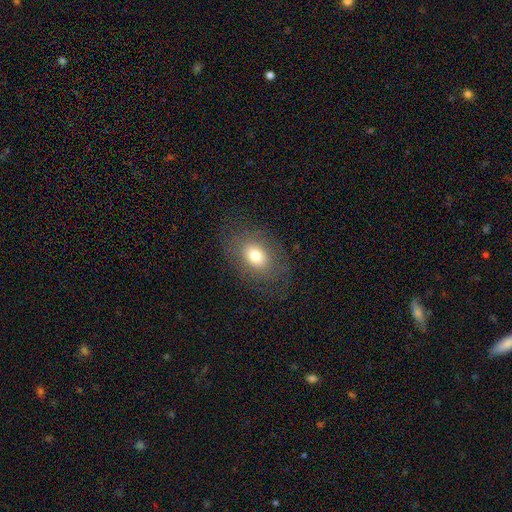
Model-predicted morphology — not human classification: smooth 70%, featured or disk 19%, star or artifact 11%. Down the decision tree: how rounded — in between (77%); merging — none (78%).